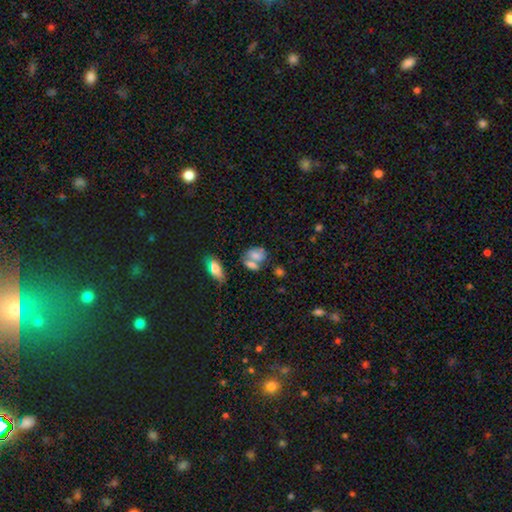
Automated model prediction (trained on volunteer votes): This appears to be a smooth galaxy with no disk features (69%) that is in between round and cigar-shaped (73%). Merging: merger (39%).